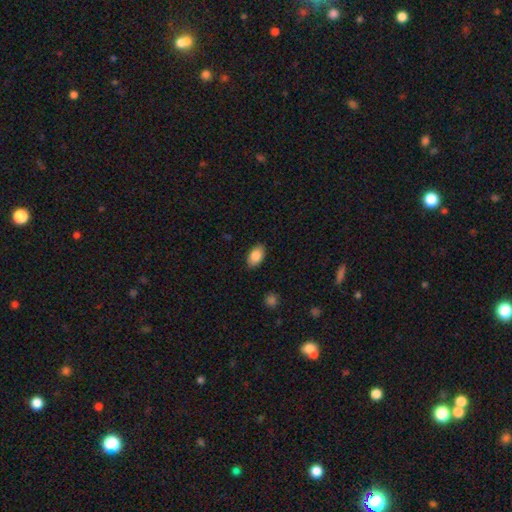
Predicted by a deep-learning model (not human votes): Morphology: type=smooth (85%); roundness=in between (92%); merging=none (86%).